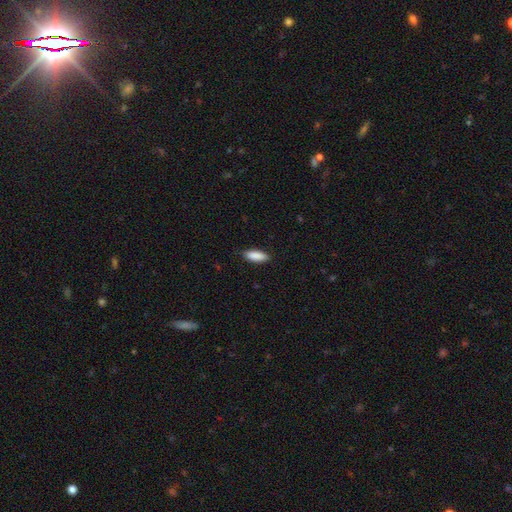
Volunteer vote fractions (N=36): Overall: smooth (97%). How rounded: in between (69%; cigar-shaped 31%). Merging: none (97%).